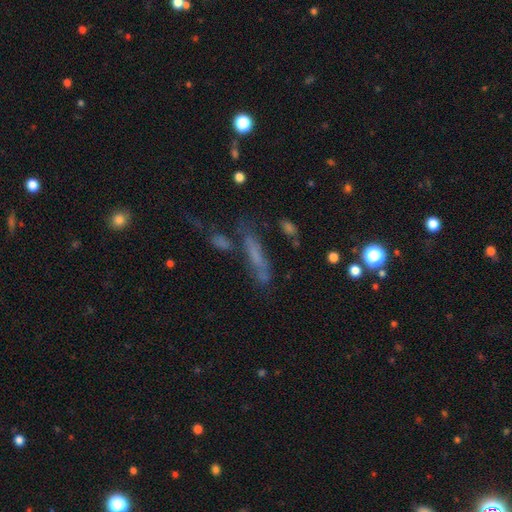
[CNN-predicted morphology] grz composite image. It shows a smooth galaxy with no disk features (46%). Merging: none (51%).